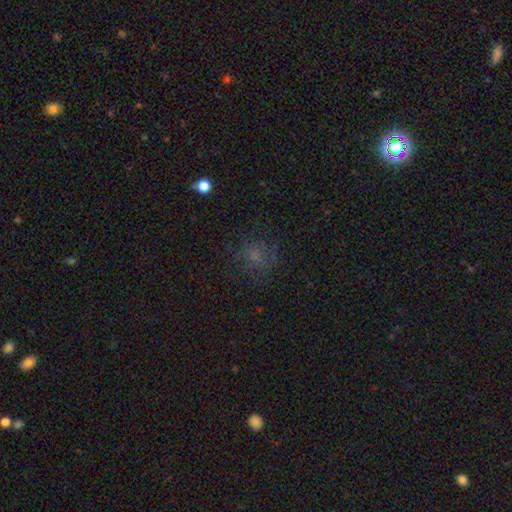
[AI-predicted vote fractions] A smooth galaxy with no disk features (50%). Merging: none (67%).